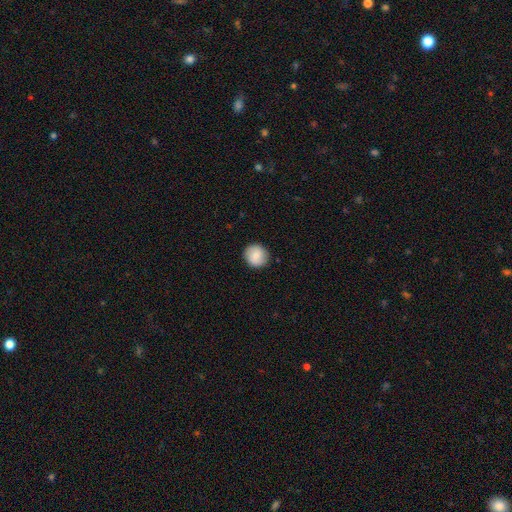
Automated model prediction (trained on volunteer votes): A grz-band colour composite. It shows a smooth galaxy with no disk features (83%) that is round (89%). Merging: none (90%).